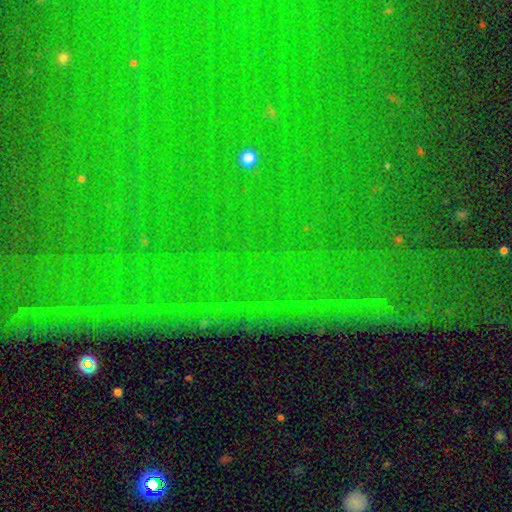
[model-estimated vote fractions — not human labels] Smooth or featured? Predicted: star or artifact (p=0.84).